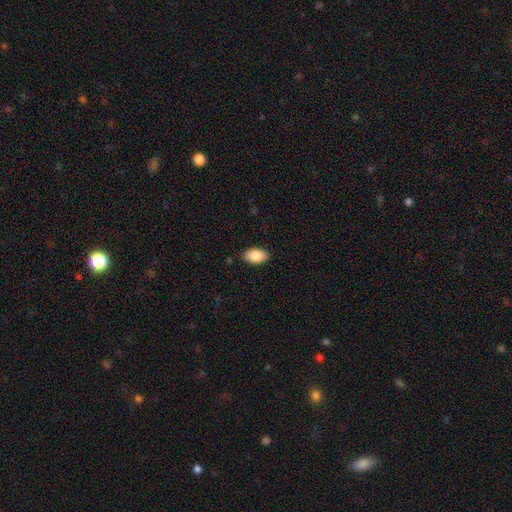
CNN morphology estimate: Smooth or featured?
  - smooth: 86% *
  - featured or disk: 7%
  - star or artifact: 7%
How rounded?
  - in between: 93% *
  - round: 5%
  - cigar-shaped: 2%
Merging?
  - none: 86% *
  - minor disturbance: 10%
  - major disturbance: 2%
  - merger: 1%